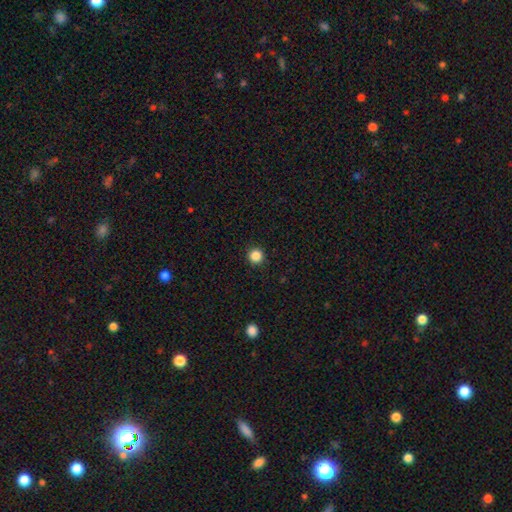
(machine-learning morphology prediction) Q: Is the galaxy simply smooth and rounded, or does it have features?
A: smooth — 86%.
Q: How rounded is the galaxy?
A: round — 95%.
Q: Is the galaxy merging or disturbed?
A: none — 92%.